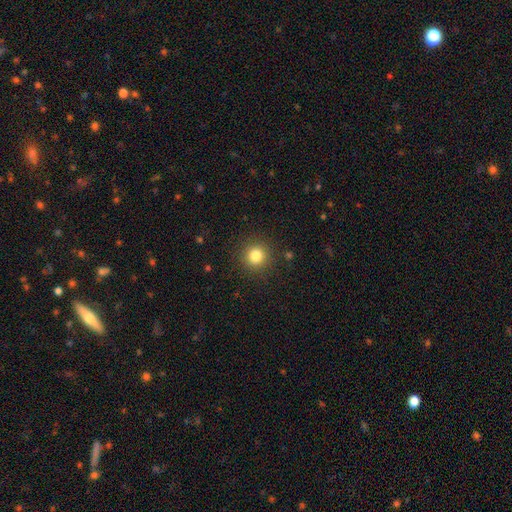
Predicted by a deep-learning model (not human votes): smooth 82%, star or artifact 12%, featured or disk 6%. Down the decision tree: how rounded — round (93%); merging — none (90%).